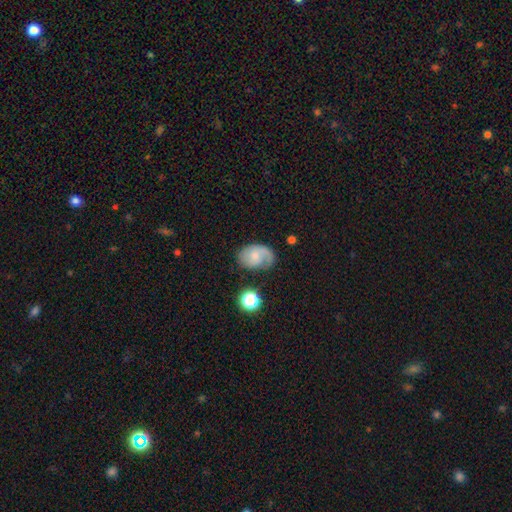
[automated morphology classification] type=featured or disk (50%); edge-on=no (96%); merging=none (53%).